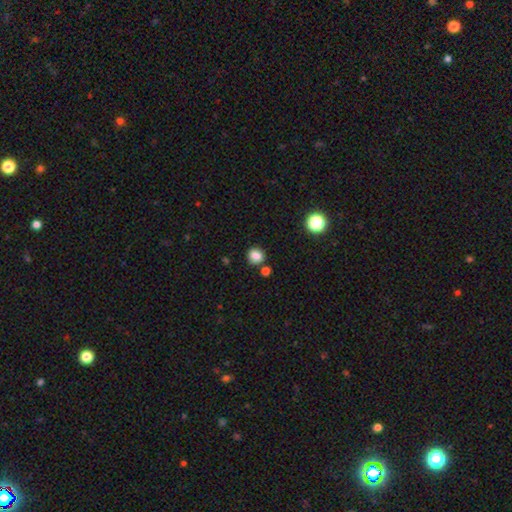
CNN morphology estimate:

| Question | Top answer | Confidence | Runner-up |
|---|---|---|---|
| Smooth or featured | smooth | 83% | star or artifact (12%) |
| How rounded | round | 77% | in between (22%) |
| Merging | none | 79% | minor disturbance (10%) |